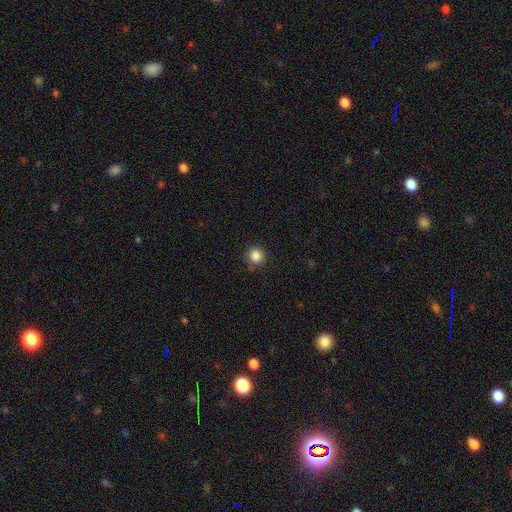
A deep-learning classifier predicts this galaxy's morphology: Smooth or featured? Predicted: smooth (p=0.85). How rounded? Predicted: round (p=0.93). Merging? Predicted: none (p=0.89).